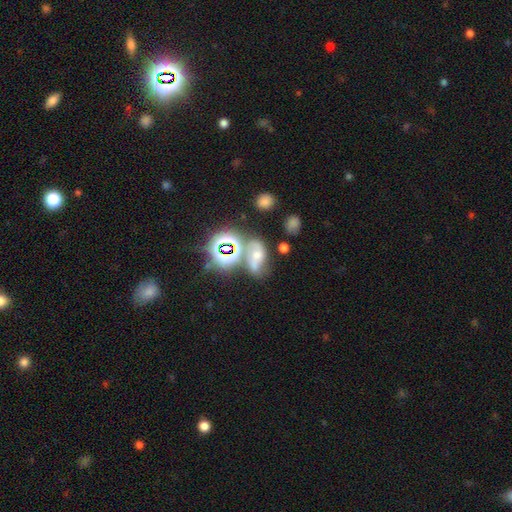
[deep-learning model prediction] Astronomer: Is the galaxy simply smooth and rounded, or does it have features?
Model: smooth — 36% (runner-up: star or artifact, 34%).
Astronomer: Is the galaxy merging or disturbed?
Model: none — 41% (runner-up: merger, 24%).